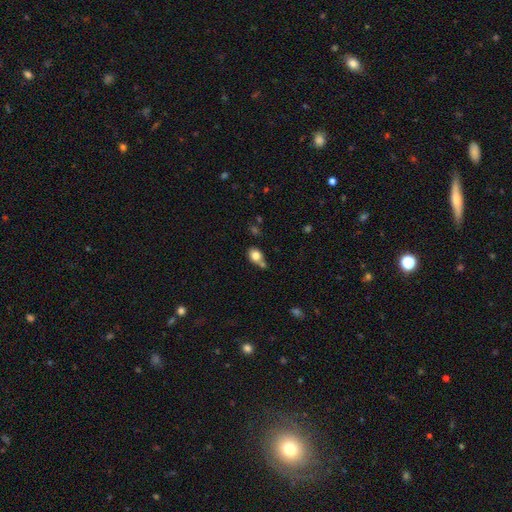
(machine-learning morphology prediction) A smooth galaxy with no disk features (79%) that is in between round and cigar-shaped (53%).

Vote fractions:
- Smooth or featured? smooth: 79% / featured or disk: 11% / star or artifact: 10%
- How rounded? in between: 53% / round: 46% / cigar-shaped: 2%
- Merging? none: 50% / merger: 25% / minor disturbance: 19% / major disturbance: 6%